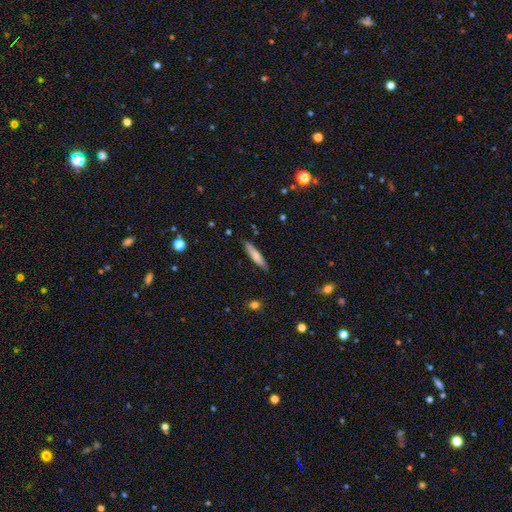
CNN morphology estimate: Q: Smooth or featured?
A: smooth (72%); runner-up: featured or disk (22%)
Q: How rounded?
A: cigar-shaped (86%); runner-up: in between (13%)
Q: Merging?
A: none (86%); runner-up: minor disturbance (10%)